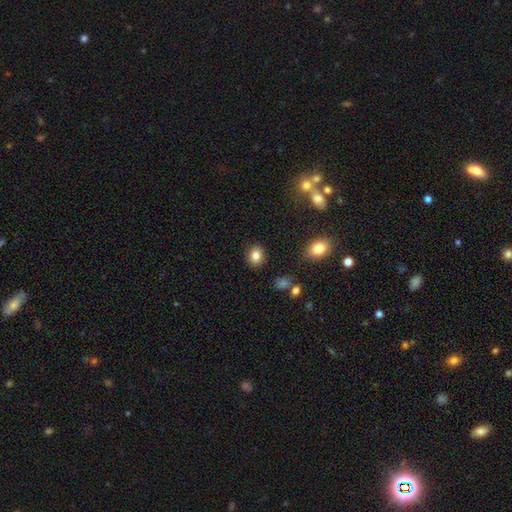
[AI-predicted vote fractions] smooth 83%, star or artifact 10%, featured or disk 7%. Down the decision tree: how rounded — round (57%); merging — none (88%).